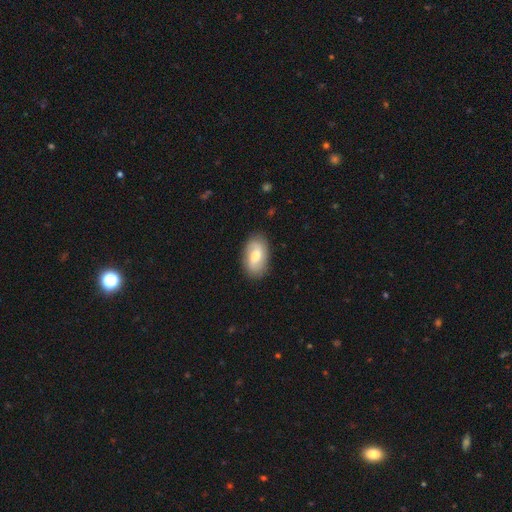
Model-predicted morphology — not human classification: Smooth or featured? Predicted: smooth (p=0.68). How rounded? Predicted: in between (p=0.92). Merging? Predicted: none (p=0.84).